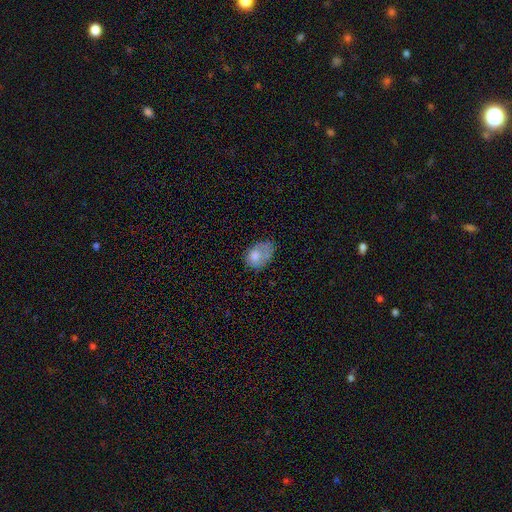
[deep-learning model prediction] A smooth galaxy with no disk features (63%) that is in between round and cigar-shaped (72%).

Vote fractions:
- Smooth or featured? smooth: 63% / featured or disk: 27% / star or artifact: 10%
- How rounded? in between: 72% / round: 27% / cigar-shaped: 1%
- Merging? none: 36% / minor disturbance: 33% / major disturbance: 28% / merger: 4%